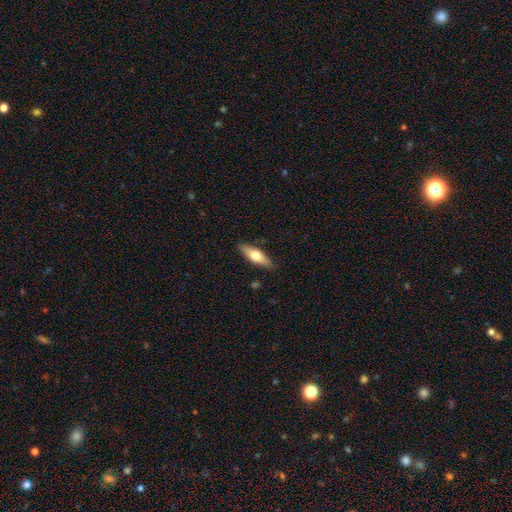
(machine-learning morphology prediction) Smooth or featured? smooth (58%)
How rounded? in between (52%)
Merging? none (87%)